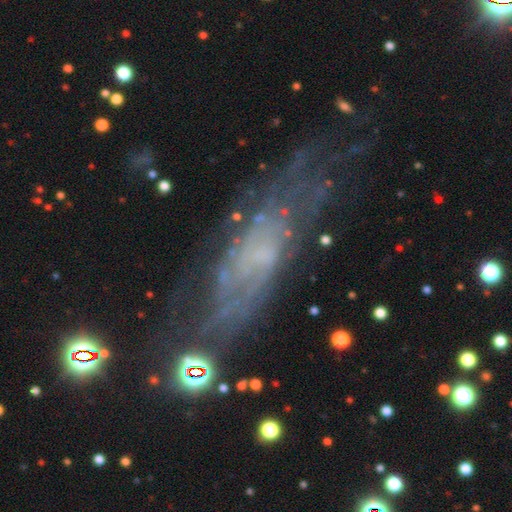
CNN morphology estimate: Smooth or featured? Predicted: featured or disk (p=0.57). Edge-on disk? Predicted: no (p=0.70). Merging? Predicted: none (p=0.61).